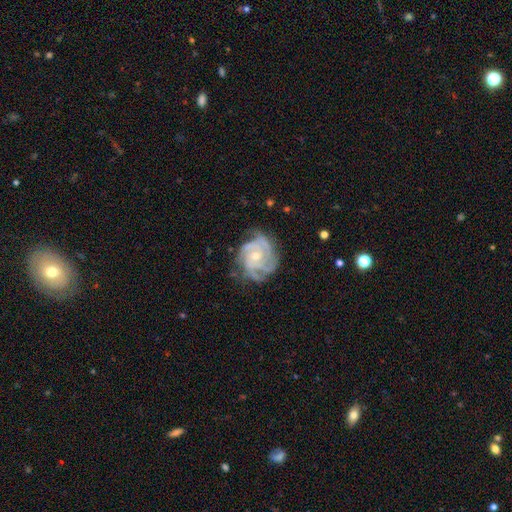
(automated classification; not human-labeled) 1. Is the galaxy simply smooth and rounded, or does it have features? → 87% featured or disk, 8% smooth, 6% star or artifact.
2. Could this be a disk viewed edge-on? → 98% no, 2% yes.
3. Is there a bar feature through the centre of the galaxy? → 75% no, 21% weak, 4% strong.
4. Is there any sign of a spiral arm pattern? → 96% yes, 4% no.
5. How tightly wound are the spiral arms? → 65% tight, 30% medium, 6% loose.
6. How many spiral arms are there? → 34% 3, 22% can't tell, 20% 4, 13% 2, 6% more than 4, 5% 1.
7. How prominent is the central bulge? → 57% small, 40% moderate, 1% none, 1% large, 1% dominant.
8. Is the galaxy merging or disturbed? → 66% none, 23% minor disturbance, 10% major disturbance, 2% merger.